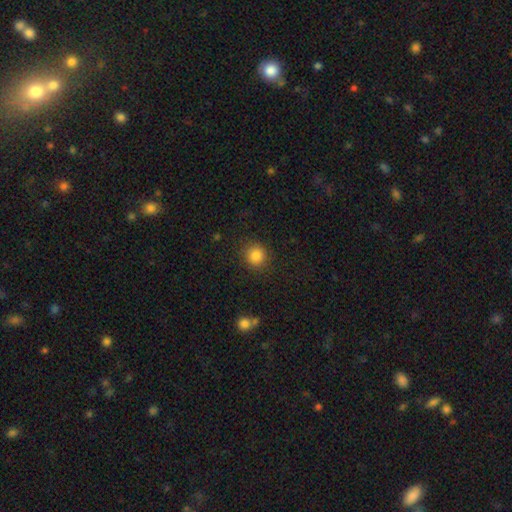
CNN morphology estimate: type=smooth (85%); roundness=round (90%); merging=none (88%).